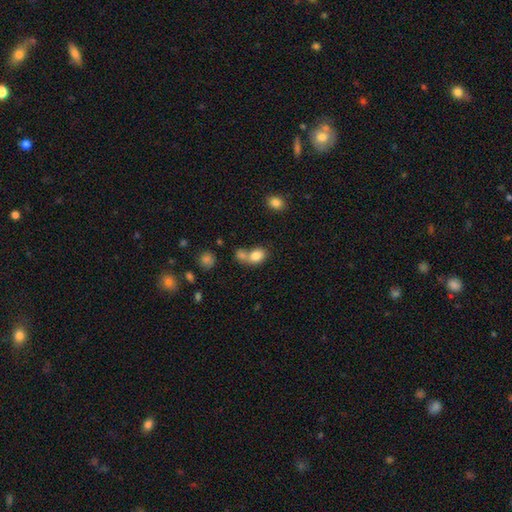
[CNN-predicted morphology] A smooth galaxy with no disk features (82%) that is in between round and cigar-shaped (70%).

Vote fractions:
- Smooth or featured? smooth: 82% / star or artifact: 10% / featured or disk: 9%
- How rounded? in between: 70% / round: 28% / cigar-shaped: 1%
- Merging? merger: 48% / none: 38% / minor disturbance: 10% / major disturbance: 5%